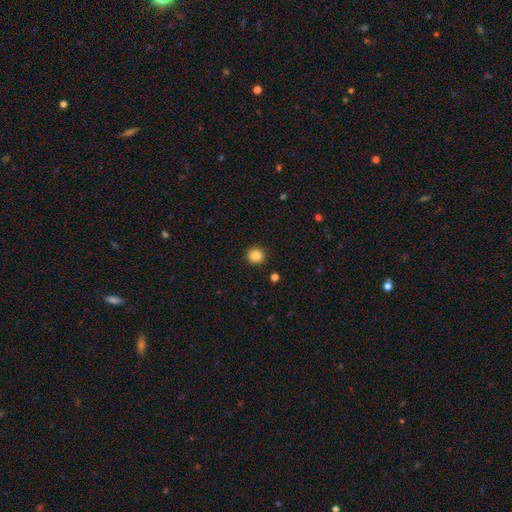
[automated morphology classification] smooth_or_featured: smooth (p=0.86) [alt: star or artifact p=0.10]
how_rounded: round (p=0.92) [alt: in between p=0.07]
merging: none (p=0.92) [alt: minor disturbance p=0.05]